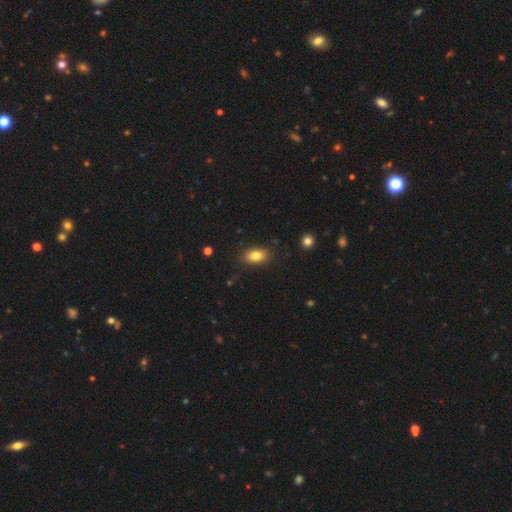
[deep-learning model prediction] Smooth or featured? smooth (82%)
How rounded? in between (87%)
Merging? none (83%)